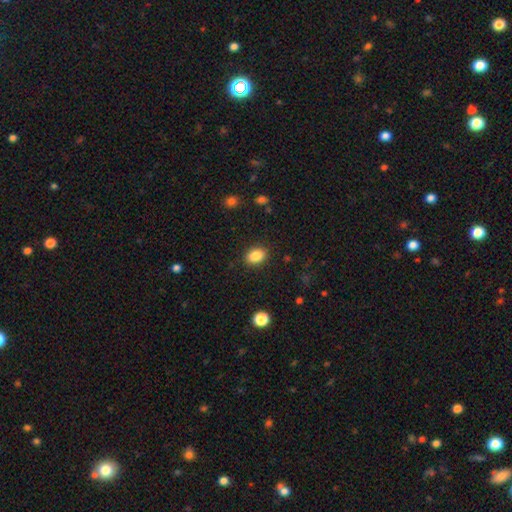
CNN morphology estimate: Smooth or featured?
  - smooth: 86% *
  - star or artifact: 9%
  - featured or disk: 5%
How rounded?
  - in between: 80% *
  - round: 19%
  - cigar-shaped: 1%
Merging?
  - none: 87% *
  - minor disturbance: 9%
  - major disturbance: 3%
  - merger: 1%